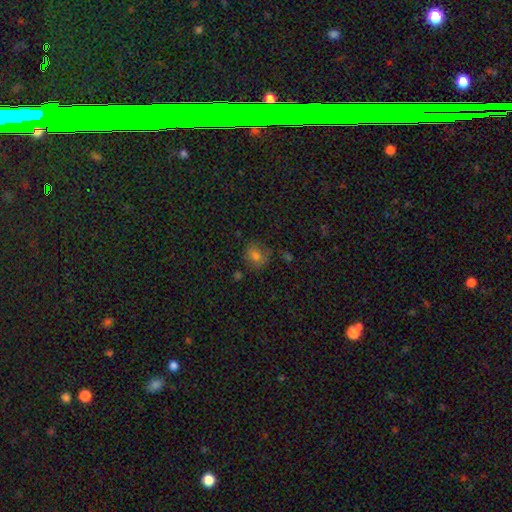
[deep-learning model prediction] Q: Smooth or featured?
A: smooth (74%); runner-up: star or artifact (16%)
Q: How rounded?
A: round (65%); runner-up: in between (34%)
Q: Merging?
A: none (71%); runner-up: minor disturbance (20%)